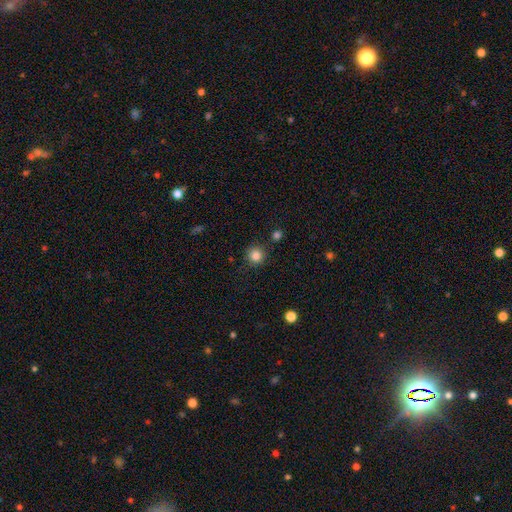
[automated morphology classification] type=smooth (84%); roundness=round (94%); merging=none (86%).